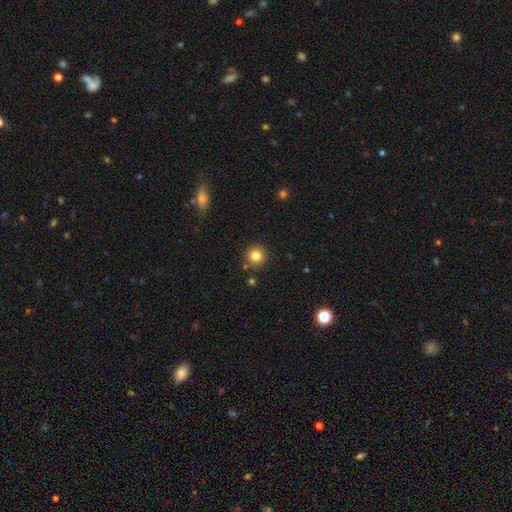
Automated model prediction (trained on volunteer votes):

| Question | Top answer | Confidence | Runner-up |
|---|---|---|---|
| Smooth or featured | smooth | 83% | star or artifact (11%) |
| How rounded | round | 94% | in between (5%) |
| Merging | none | 88% | minor disturbance (7%) |